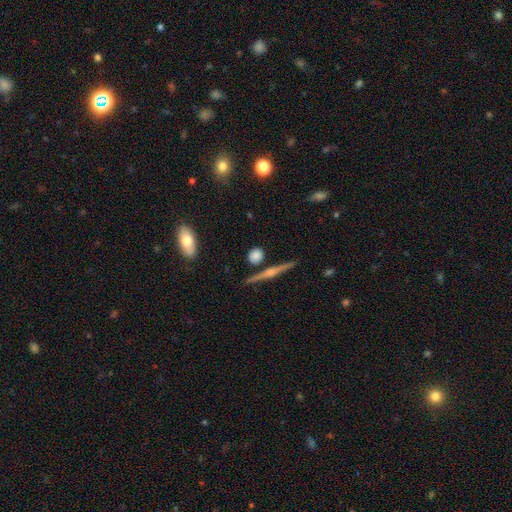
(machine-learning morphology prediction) A smooth galaxy with no disk features (64%) that is round (75%). Merging: none (80%).